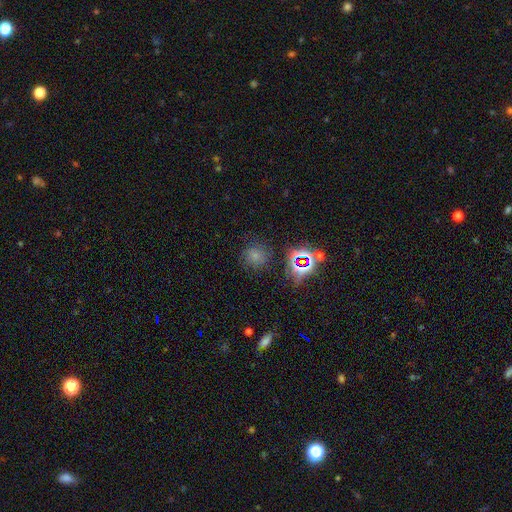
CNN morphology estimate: This appears to be a smooth galaxy with no disk features (58%) that is round (86%). Merging: none (77%).